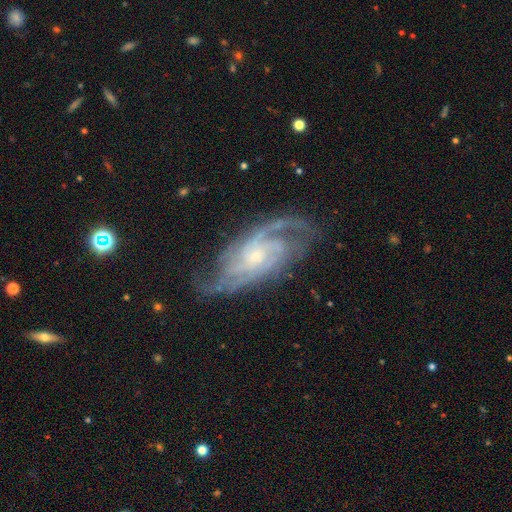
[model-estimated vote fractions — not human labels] The model was most divided on "spiral arm count": 3: 30%, 2: 28%, can't tell: 19%, 4: 11%, more than 4: 6%, 1: 6%. Remaining: spiral arms — yes (98%); edge-on disk — no (95%); smooth or featured — featured or disk (90%); merging — none (73%); bar — no (61%); bulge size — small (60%); spiral winding — tight (49%).